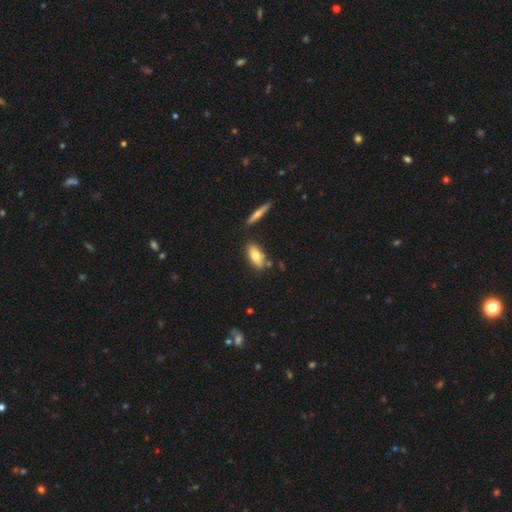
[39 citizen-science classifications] A smooth galaxy with no disk features (69%) that is in between round and cigar-shaped (70%).

Vote fractions:
- Smooth or featured? smooth: 69% / featured or disk: 21% / star or artifact: 10%
- How rounded? in between: 70% / cigar-shaped: 30% / round: 0%
- Merging? none: 51% / merger: 29% / minor disturbance: 17% / major disturbance: 3%